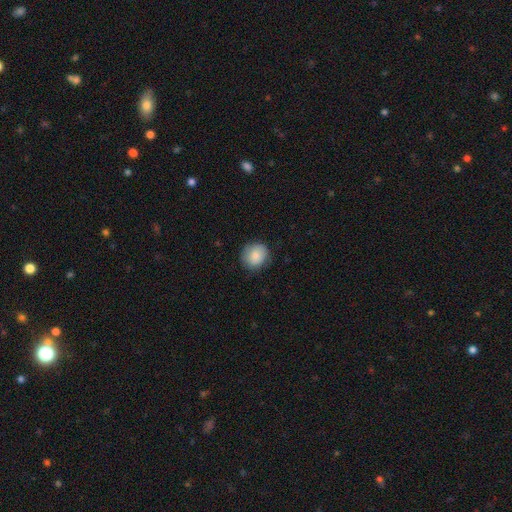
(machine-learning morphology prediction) smooth-or-featured: smooth: 86% | star or artifact: 7% | featured or disk: 7%
  how-rounded: round: 79% | in between: 21% | cigar-shaped: 1%
  merging: none: 82% | minor disturbance: 14% | major disturbance: 3% | merger: 1%